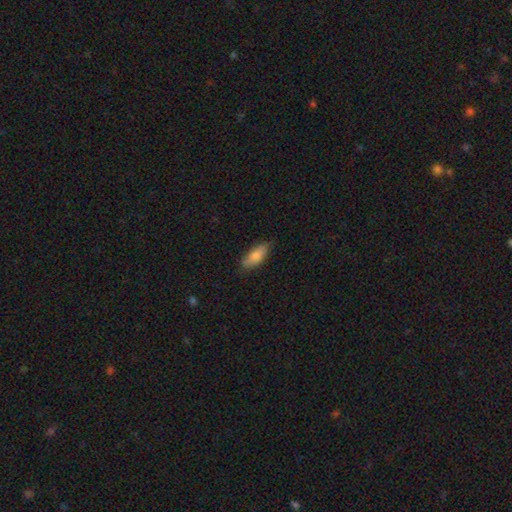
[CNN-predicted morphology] A smooth galaxy with no disk features (78%) that is in between round and cigar-shaped (75%). Merging: none (76%).